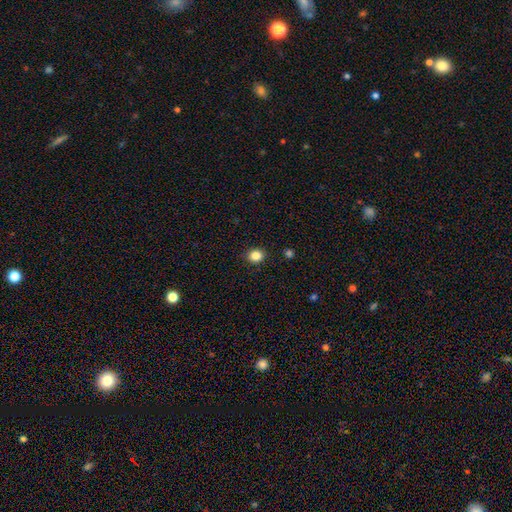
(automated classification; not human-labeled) Smooth or featured? smooth (85%)
How rounded? round (76%)
Merging? none (91%)